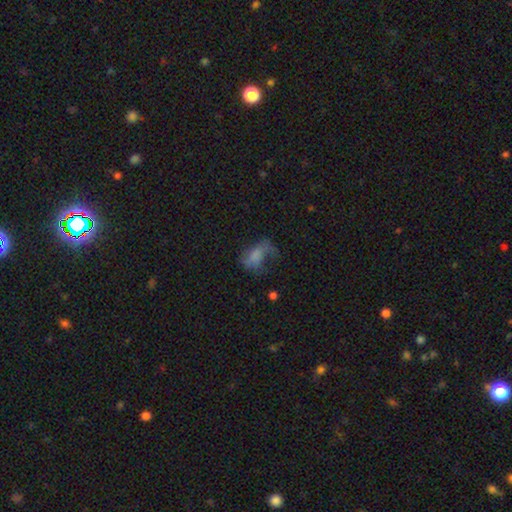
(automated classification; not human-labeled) Q: Smooth or featured?
A: smooth (49%); runner-up: featured or disk (37%)
Q: Merging?
A: major disturbance (47%); runner-up: none (27%)